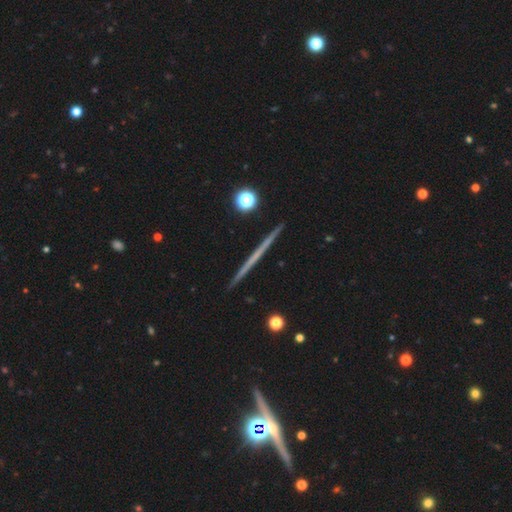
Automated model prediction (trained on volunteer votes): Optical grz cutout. It shows a featured or disk galaxy (63%) viewed edge-on (98%) with no central bulge (89%). Merging: none (92%).